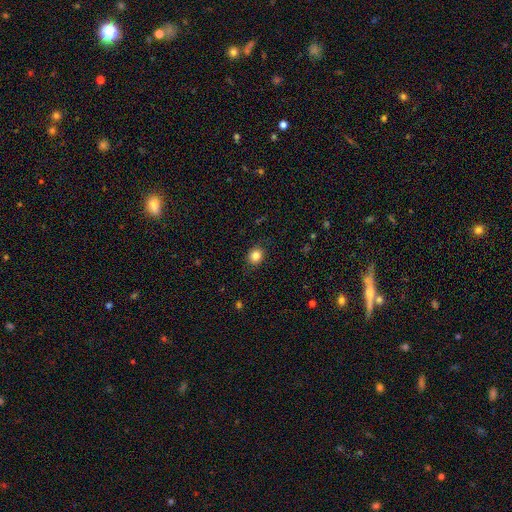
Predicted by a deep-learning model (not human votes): smooth 84%, star or artifact 11%, featured or disk 6%. Down the decision tree: how rounded — round (71%); merging — none (85%).